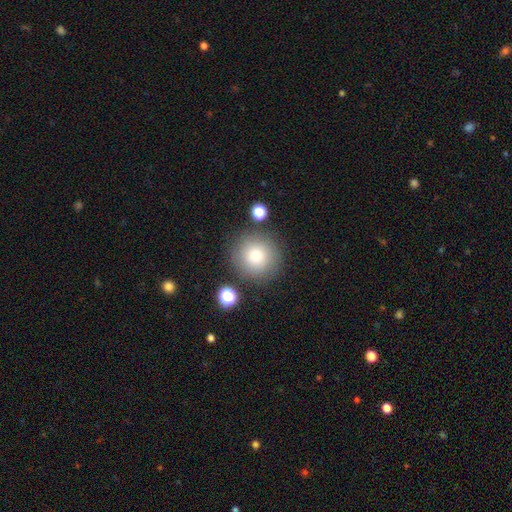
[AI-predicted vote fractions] smooth 79%, star or artifact 11%, featured or disk 10%. Down the decision tree: how rounded — round (95%); merging — none (83%).